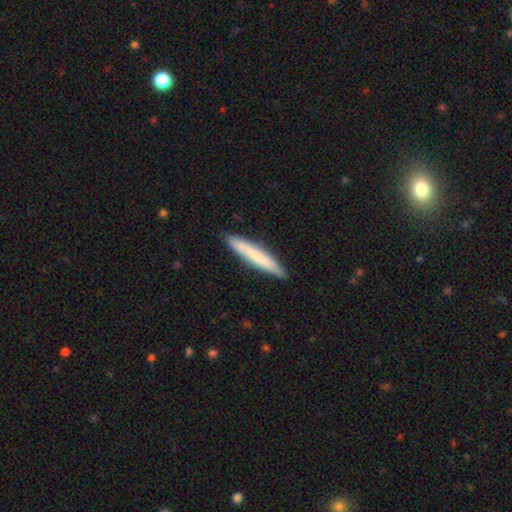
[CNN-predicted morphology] type=smooth (72%); roundness=cigar-shaped (94%); merging=none (89%).